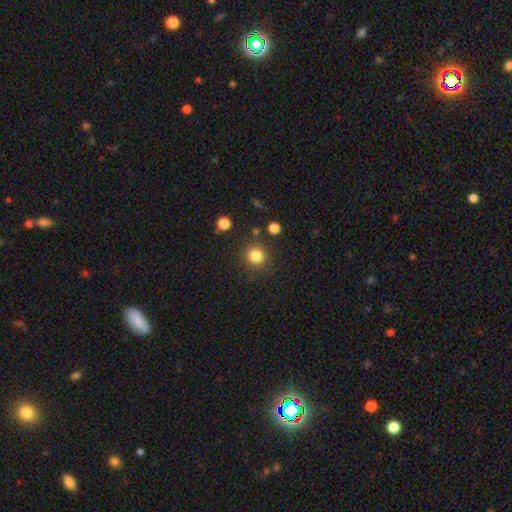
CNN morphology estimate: smooth-or-featured: smooth: 82% | star or artifact: 12% | featured or disk: 5%
  how-rounded: round: 93% | in between: 6% | cigar-shaped: 1%
  merging: none: 85% | minor disturbance: 8% | merger: 4% | major disturbance: 3%